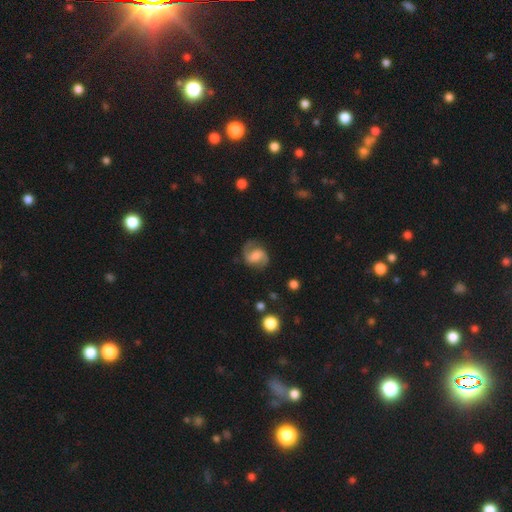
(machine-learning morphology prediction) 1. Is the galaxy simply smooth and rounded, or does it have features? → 80% featured or disk, 14% smooth, 6% star or artifact.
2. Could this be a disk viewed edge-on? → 98% no, 2% yes.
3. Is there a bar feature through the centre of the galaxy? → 47% weak, 40% no, 14% strong.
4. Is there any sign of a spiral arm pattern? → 96% yes, 4% no.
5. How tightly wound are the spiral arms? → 51% medium, 34% loose, 16% tight.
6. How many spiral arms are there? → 90% 2, 3% 1, 3% can't tell, 1% 3, 1% 4, 1% more than 4.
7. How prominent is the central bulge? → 35% moderate, 25% small, 22% none, 16% large, 2% dominant.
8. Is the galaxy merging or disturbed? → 76% none, 16% minor disturbance, 7% major disturbance, 2% merger.